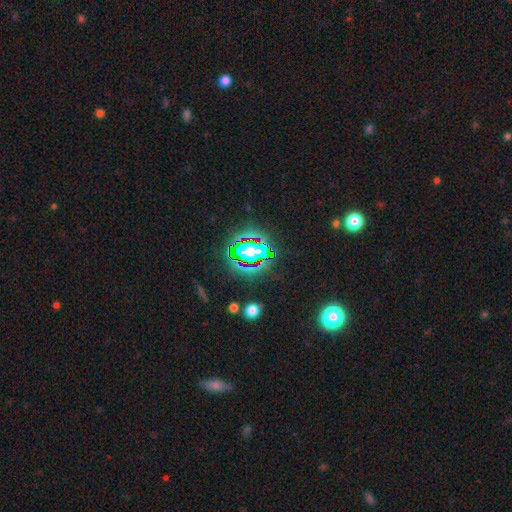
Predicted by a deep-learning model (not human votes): Overall: star or artifact (76%).